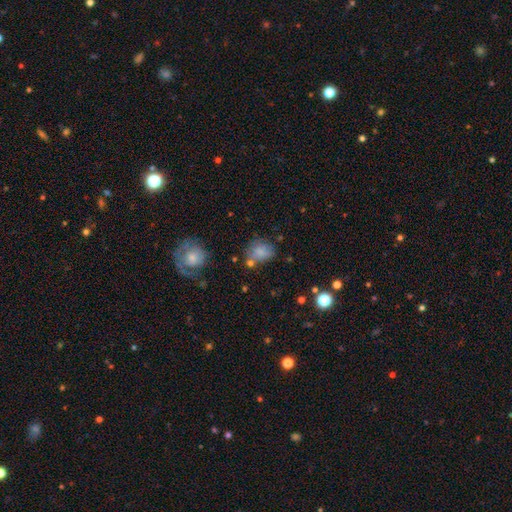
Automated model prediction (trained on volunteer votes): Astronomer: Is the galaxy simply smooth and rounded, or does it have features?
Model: smooth — 71%.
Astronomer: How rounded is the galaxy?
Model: round — 58% (runner-up: in between, 40%).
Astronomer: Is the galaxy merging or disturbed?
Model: none — 58%.